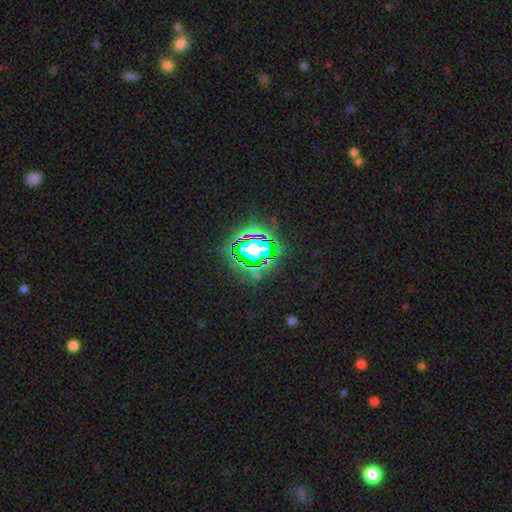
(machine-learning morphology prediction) This appears to be a star or artifact, not a galaxy (80%).